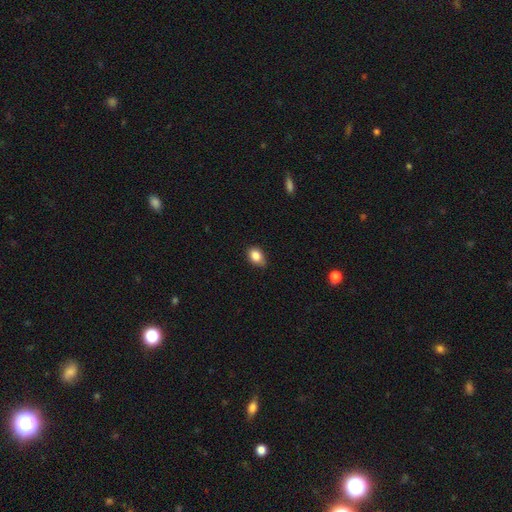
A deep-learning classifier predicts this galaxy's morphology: This appears to be a smooth galaxy with no disk features (84%) that is in between round and cigar-shaped (69%). Merging: none (68%).